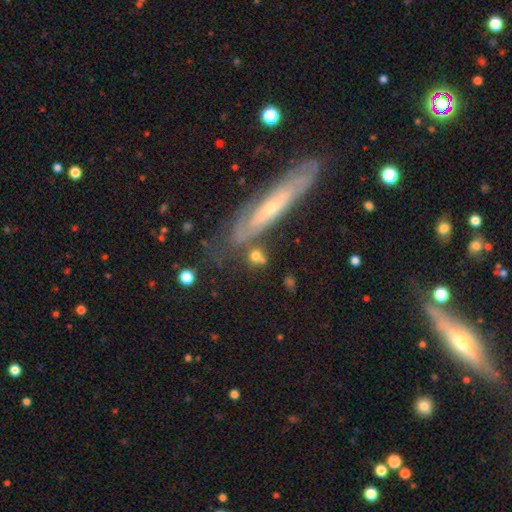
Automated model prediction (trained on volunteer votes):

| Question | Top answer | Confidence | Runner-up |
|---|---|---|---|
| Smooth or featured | smooth | 65% | featured or disk (24%) |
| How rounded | round | 57% | in between (30%) |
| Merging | none | 62% | minor disturbance (15%) |